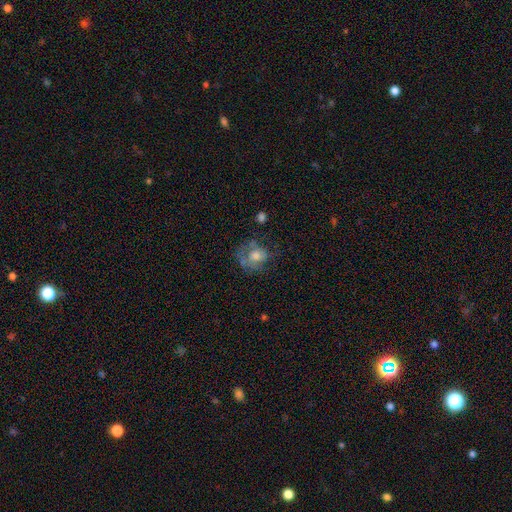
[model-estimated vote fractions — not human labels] smooth 45%, featured or disk 42%, star or artifact 13%. Down the decision tree: merging — none (44%).